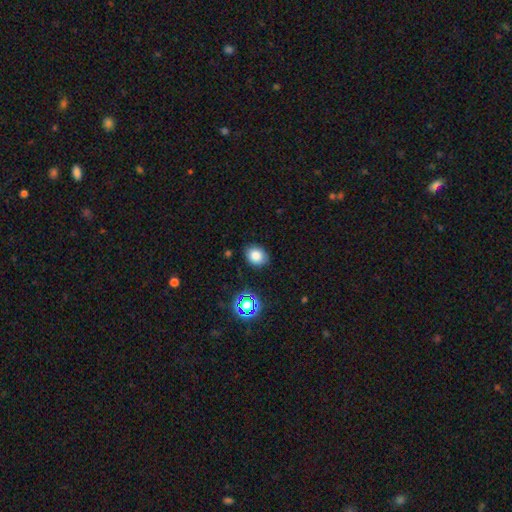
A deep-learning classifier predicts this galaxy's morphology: This is likely a smooth galaxy (80%). How rounded: possibly in between (54%). Merging: clearly none (84%).